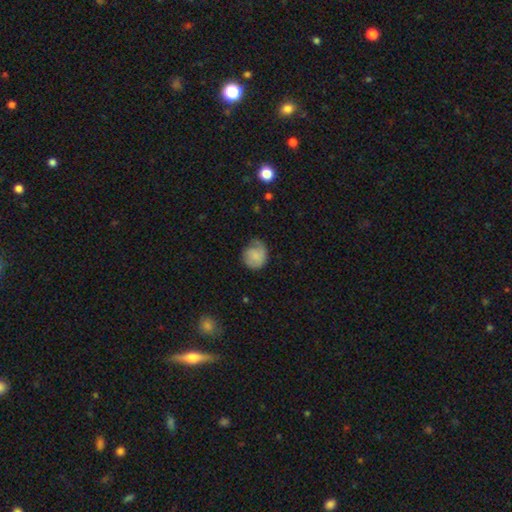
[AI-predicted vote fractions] Smooth or featured? Predicted: smooth (p=0.73). How rounded? Predicted: round (p=0.79). Merging? Predicted: none (p=0.53).